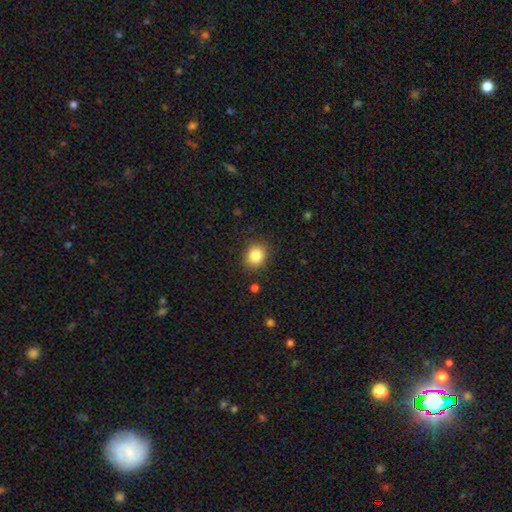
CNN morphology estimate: smooth 84%, star or artifact 10%, featured or disk 6%. Down the decision tree: how rounded — round (72%); merging — none (87%).